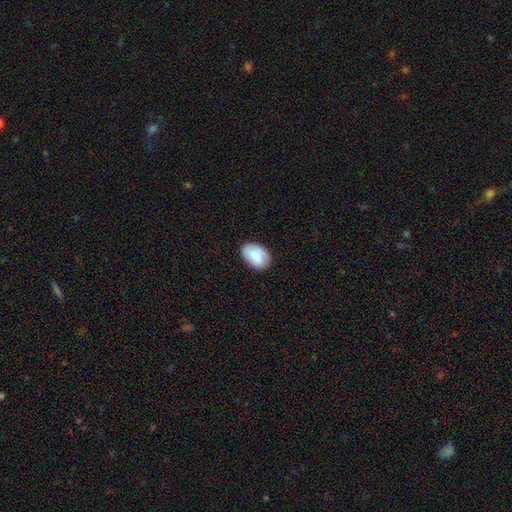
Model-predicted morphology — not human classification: Q: Smooth or featured?
A: smooth (79%); runner-up: featured or disk (15%)
Q: How rounded?
A: in between (89%); runner-up: round (10%)
Q: Merging?
A: none (80%); runner-up: minor disturbance (15%)